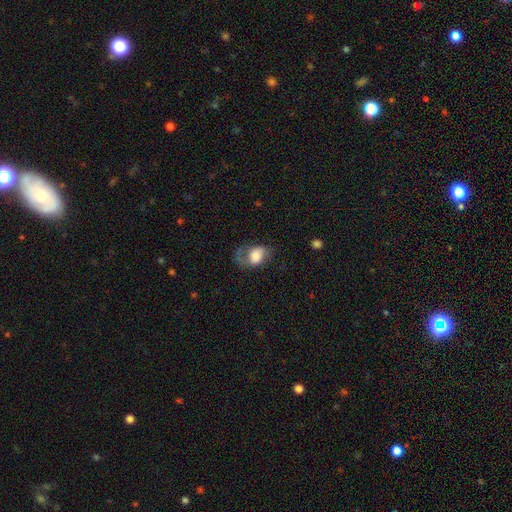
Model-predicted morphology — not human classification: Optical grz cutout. It shows a smooth galaxy with no disk features (55%) that is in between round and cigar-shaped (71%). Merging: major disturbance (37%).